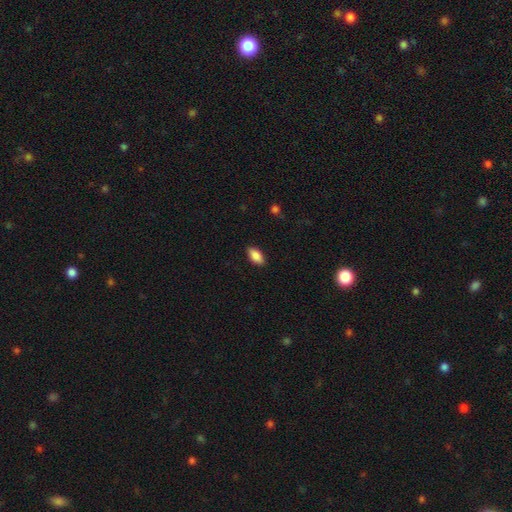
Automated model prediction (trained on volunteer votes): Overall: smooth (87%). How rounded: in between (90%). Merging: none (88%).